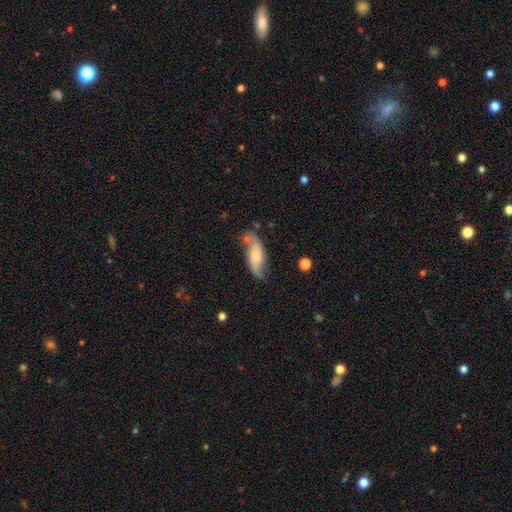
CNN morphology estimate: featured or disk 60%, smooth 33%, star or artifact 7%. Down the decision tree: edge-on disk — no (88%); bar — no (61%); spiral arms — yes (88%); bulge size — small (48%); merging — none (61%).